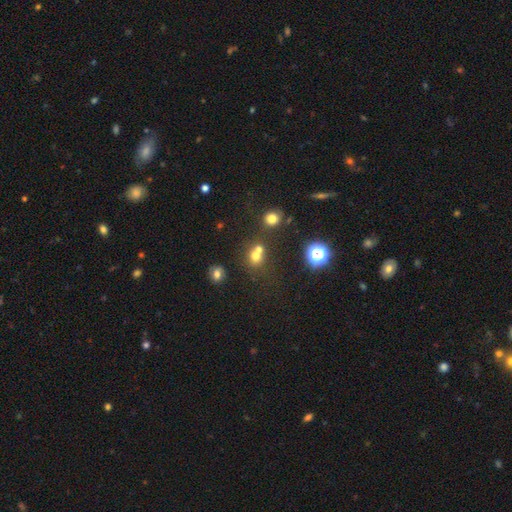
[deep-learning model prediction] Smooth or featured? smooth (66%)
How rounded? round (79%)
Merging? none (45%)